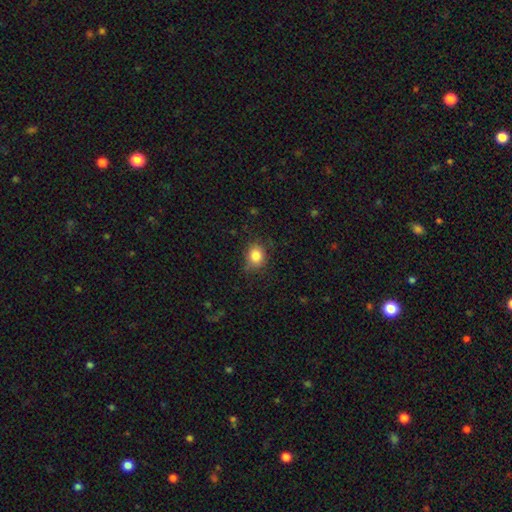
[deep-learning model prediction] smooth-or-featured: smooth: 85% | star or artifact: 10% | featured or disk: 6%
  how-rounded: round: 61% | in between: 38% | cigar-shaped: 1%
  merging: none: 78% | minor disturbance: 17% | major disturbance: 4% | merger: 1%